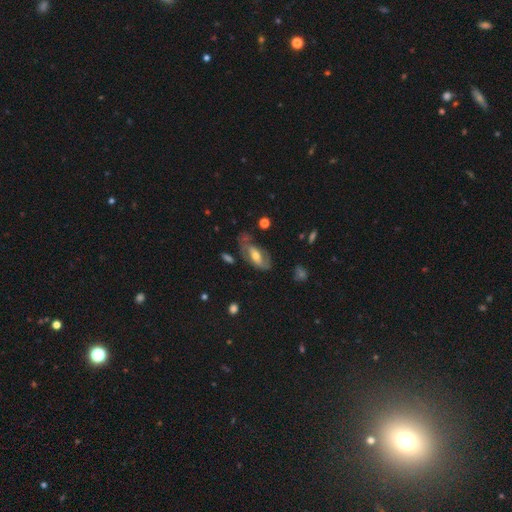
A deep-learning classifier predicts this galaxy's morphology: Smooth or featured? Predicted: featured or disk (p=0.59). Edge-on disk? Predicted: no (p=0.86). Bar? Predicted: no (p=0.47). Spiral arms? Predicted: yes (p=0.66). Bulge size? Predicted: moderate (p=0.63). Merging? Predicted: none (p=0.49).